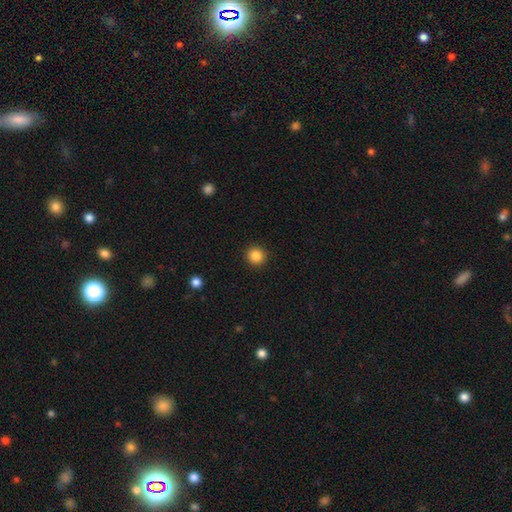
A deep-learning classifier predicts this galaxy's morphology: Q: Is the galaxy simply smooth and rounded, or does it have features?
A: smooth — 86%.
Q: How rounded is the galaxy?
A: round — 93%.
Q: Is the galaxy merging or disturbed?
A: none — 92%.